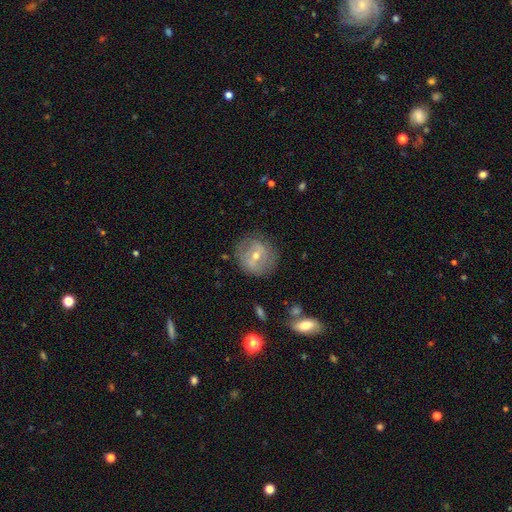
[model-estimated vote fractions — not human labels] Smooth or featured? featured or disk (62%)
Edge-on disk? no (93%)
Bar? weak (44%)
Spiral arms? yes (54%)
Bulge size? small (51%)
Merging? none (76%)